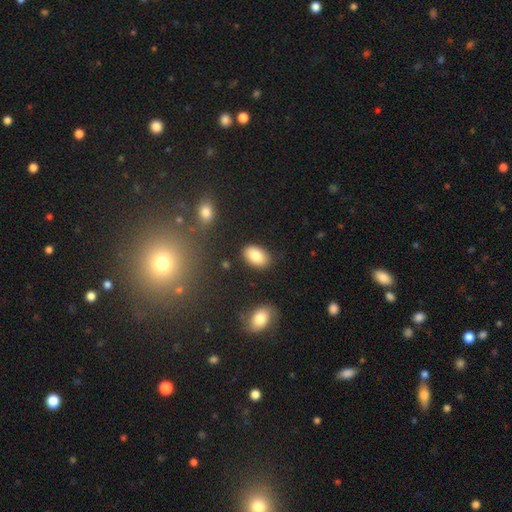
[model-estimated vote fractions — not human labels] smooth-or-featured: smooth: 83% | featured or disk: 9% | star or artifact: 8%
  how-rounded: in between: 88% | round: 10% | cigar-shaped: 1%
  merging: none: 84% | minor disturbance: 11% | major disturbance: 3% | merger: 3%